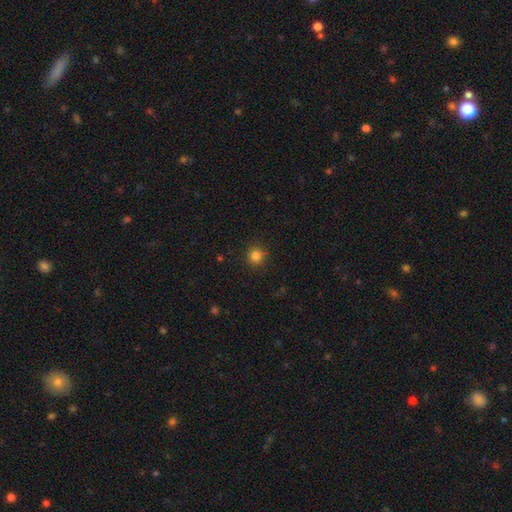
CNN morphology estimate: smooth-or-featured: smooth: 83% | star or artifact: 13% | featured or disk: 4%
  how-rounded: round: 91% | in between: 8% | cigar-shaped: 1%
  merging: none: 88% | minor disturbance: 9% | major disturbance: 2% | merger: 1%